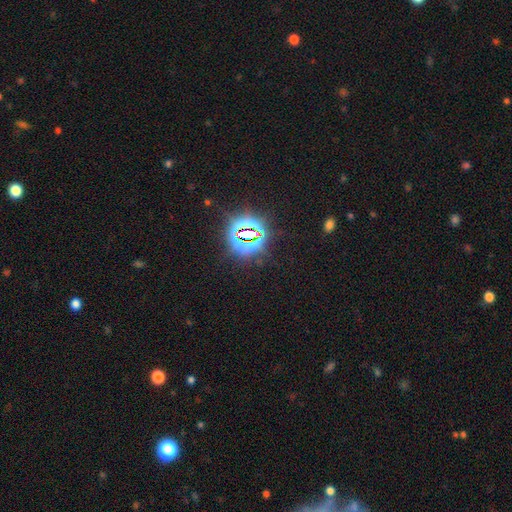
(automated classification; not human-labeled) Q: Smooth or featured?
A: star or artifact (79%); runner-up: smooth (12%)